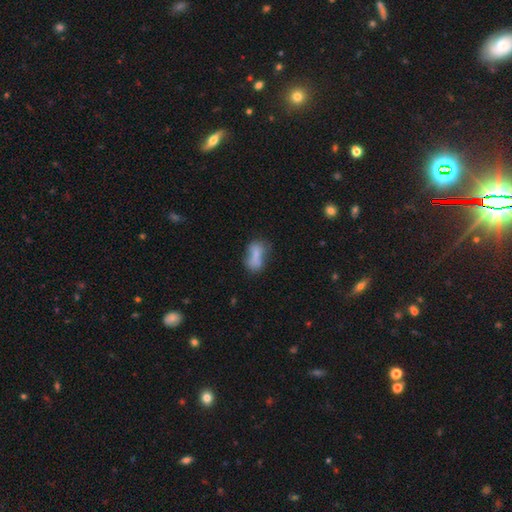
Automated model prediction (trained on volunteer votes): Smooth or featured? smooth (70%)
How rounded? in between (83%)
Merging? none (34%)